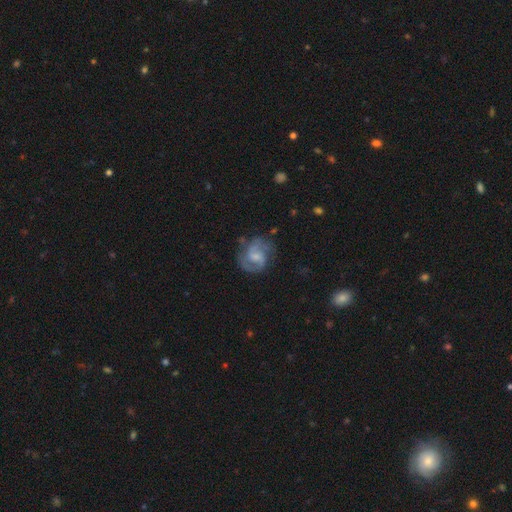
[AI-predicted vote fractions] Smooth or featured? featured or disk (79%)
Edge-on disk? no (98%)
Bar? weak (53%)
Spiral arms? yes (93%)
Spiral winding? medium (53%)
Spiral arm count? 2 (83%)
Bulge size? small (37%)
Merging? none (66%)